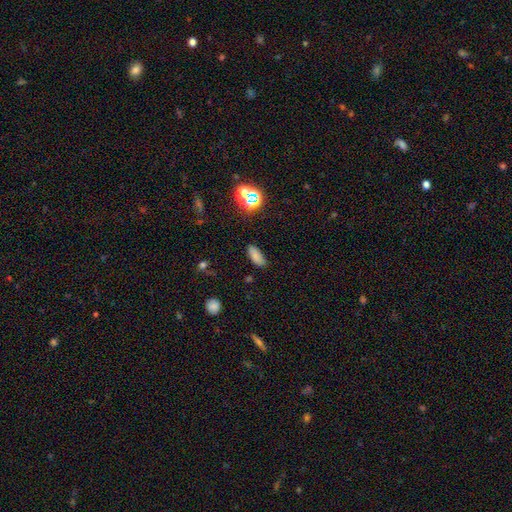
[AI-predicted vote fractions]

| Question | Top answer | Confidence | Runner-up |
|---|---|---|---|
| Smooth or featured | smooth | 78% | star or artifact (14%) |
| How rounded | in between | 81% | cigar-shaped (16%) |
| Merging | none | 82% | minor disturbance (12%) |